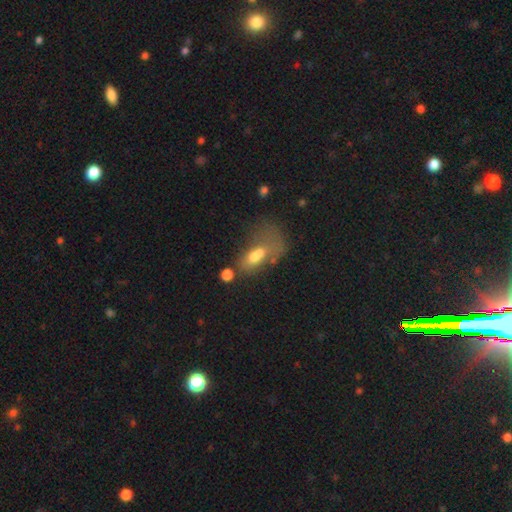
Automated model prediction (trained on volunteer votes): smooth 61%, featured or disk 26%, star or artifact 13%. Down the decision tree: how rounded — in between (80%); merging — major disturbance (38%).